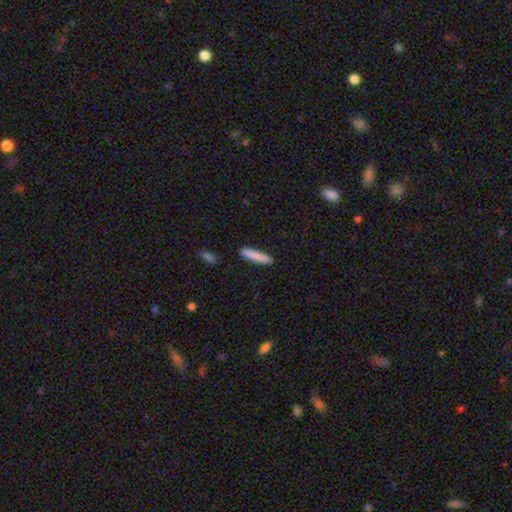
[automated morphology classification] A smooth galaxy with no disk features (85%) that is cigar-shaped (88%).

Vote fractions:
- Smooth or featured? smooth: 85% / featured or disk: 9% / star or artifact: 6%
- How rounded? cigar-shaped: 88% / in between: 10% / round: 1%
- Merging? none: 90% / minor disturbance: 7% / major disturbance: 2% / merger: 2%